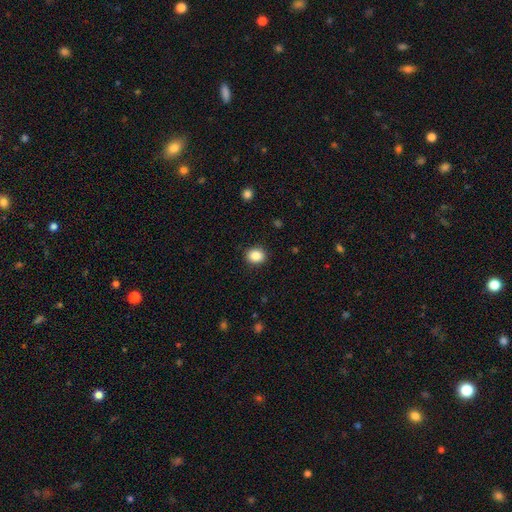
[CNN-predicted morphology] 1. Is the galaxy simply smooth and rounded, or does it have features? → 88% smooth, 9% star or artifact, 3% featured or disk.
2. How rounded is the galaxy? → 62% round, 37% in between, 1% cigar-shaped.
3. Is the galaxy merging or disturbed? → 89% none, 7% minor disturbance, 2% major disturbance, 1% merger.